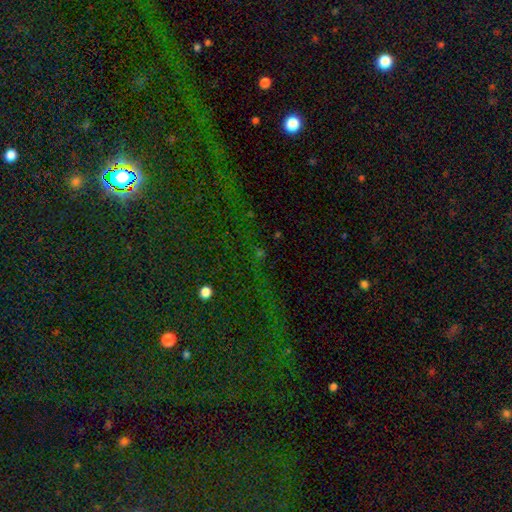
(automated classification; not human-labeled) Smooth or featured? star or artifact (76%)